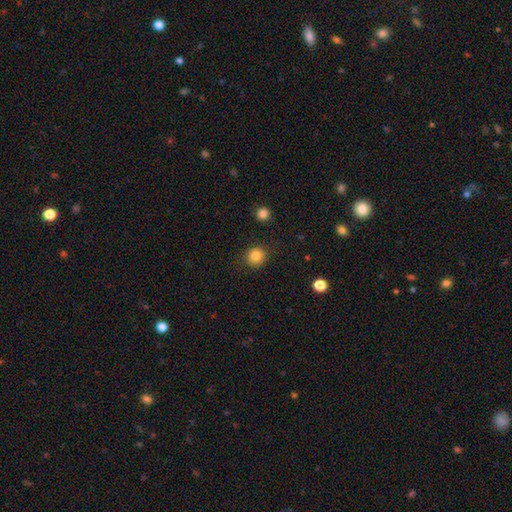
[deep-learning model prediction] Morphology: type=smooth (84%); roundness=round (88%); merging=none (87%).